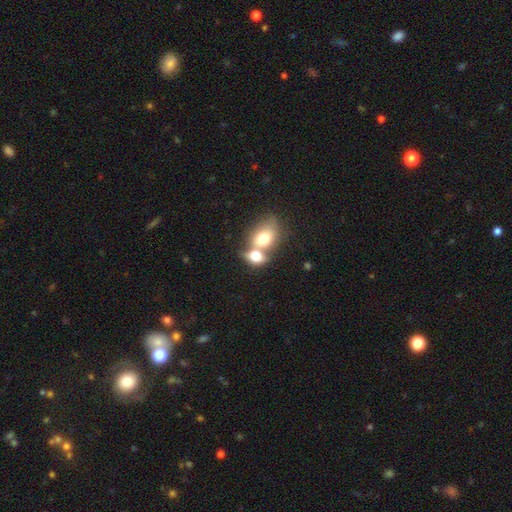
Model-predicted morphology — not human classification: Smooth or featured: smooth — 72% (featured or disk — 19%)
How rounded: in between — 70% (round — 28%)
Merging: merger — 73% (none — 17%)